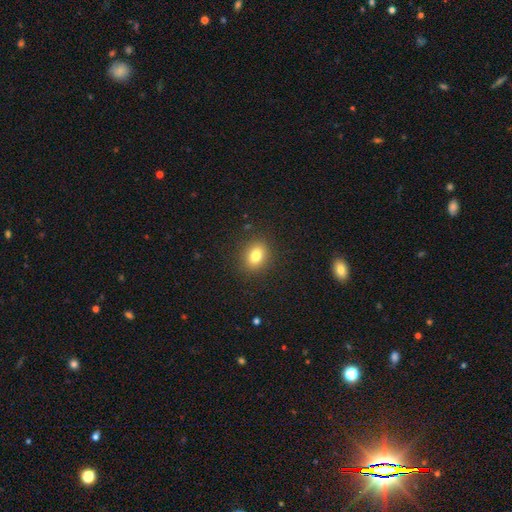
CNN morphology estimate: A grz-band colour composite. It shows a smooth galaxy with no disk features (81%) that is in between round and cigar-shaped (56%). Merging: none (89%).